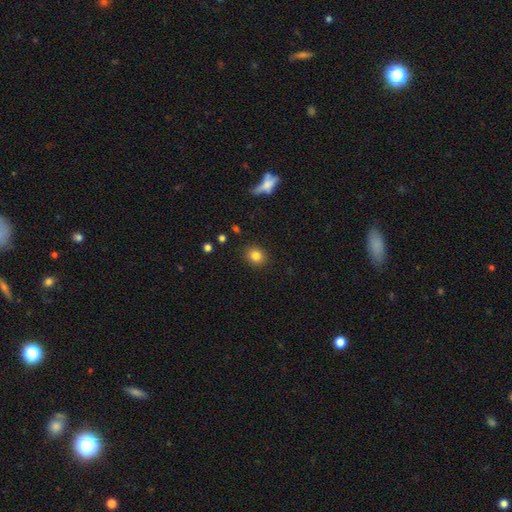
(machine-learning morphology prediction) smooth 84%, star or artifact 10%, featured or disk 6%. Down the decision tree: how rounded — round (69%); merging — none (89%).